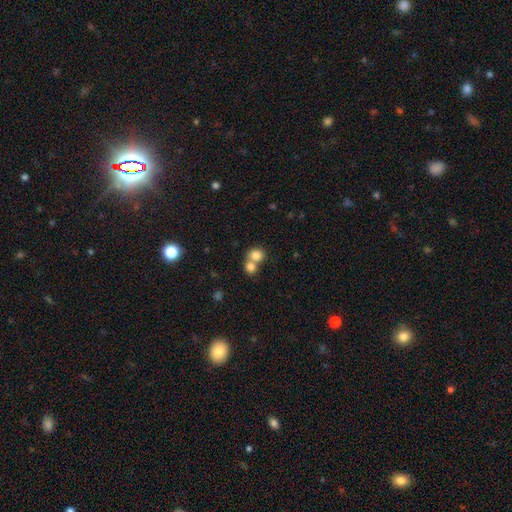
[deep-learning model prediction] Overall: smooth (80%). How rounded: round (76%). Merging: merger (60%; none 33%).